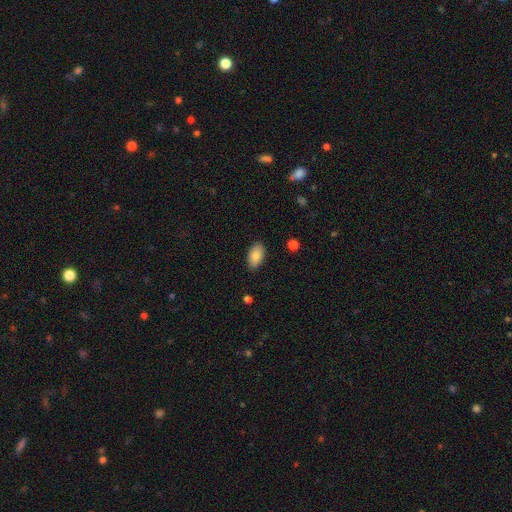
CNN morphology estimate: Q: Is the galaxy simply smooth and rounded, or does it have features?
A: smooth — 84%.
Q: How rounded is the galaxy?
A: in between — 94%.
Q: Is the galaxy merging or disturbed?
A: none — 86%.